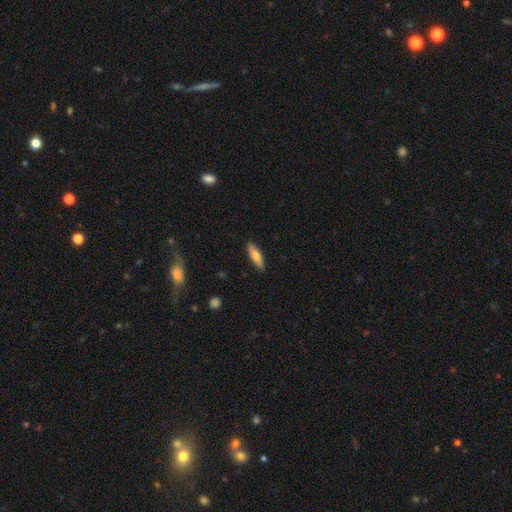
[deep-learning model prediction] smooth 73%, featured or disk 21%, star or artifact 6%. Down the decision tree: how rounded — cigar-shaped (56%); merging — none (89%).